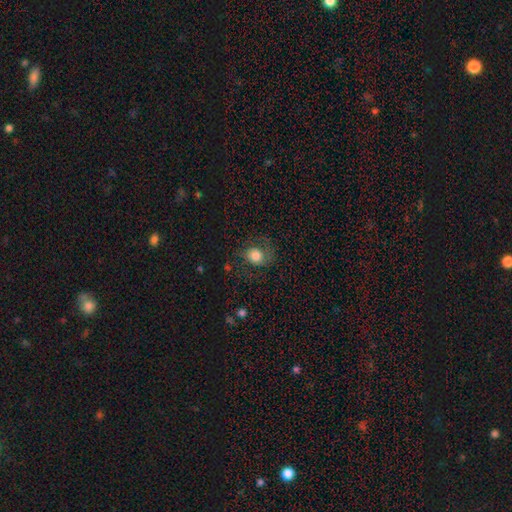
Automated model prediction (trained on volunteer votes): smooth-or-featured: smooth: 69% | featured or disk: 21% | star or artifact: 10%
  how-rounded: round: 67% | in between: 32% | cigar-shaped: 1%
  merging: none: 59% | minor disturbance: 21% | major disturbance: 18% | merger: 2%